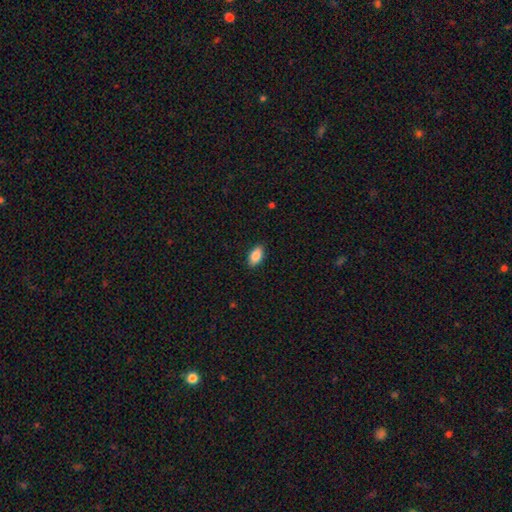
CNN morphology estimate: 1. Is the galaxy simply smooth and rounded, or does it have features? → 87% smooth, 7% star or artifact, 6% featured or disk.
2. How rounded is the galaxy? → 93% in between, 4% round, 3% cigar-shaped.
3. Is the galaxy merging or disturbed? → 88% none, 9% minor disturbance, 2% major disturbance, 1% merger.